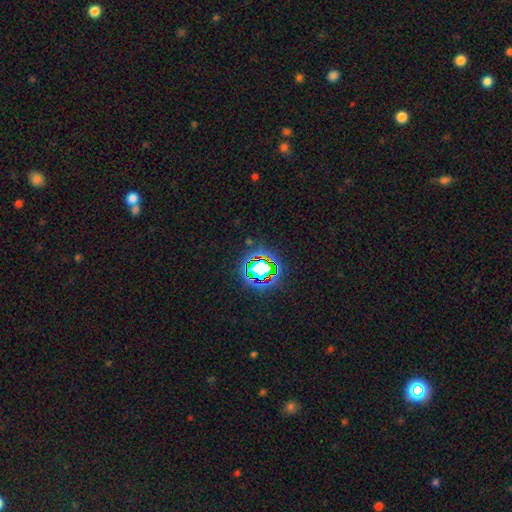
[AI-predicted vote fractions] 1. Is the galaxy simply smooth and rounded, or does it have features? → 80% star or artifact, 12% smooth, 8% featured or disk.